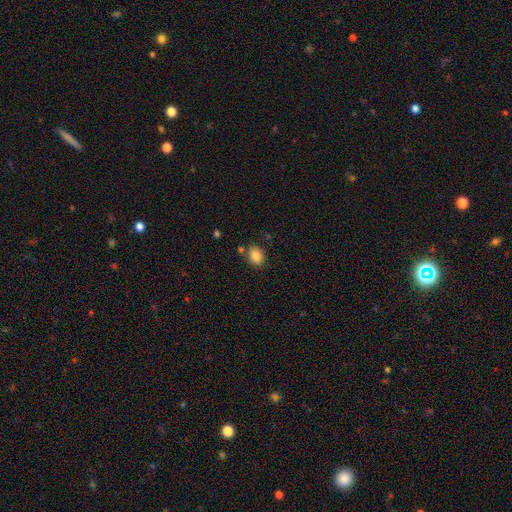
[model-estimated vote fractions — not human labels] Smooth or featured: smooth — 85% (star or artifact — 9%)
How rounded: in between — 53% (round — 46%)
Merging: none — 78% (minor disturbance — 12%)